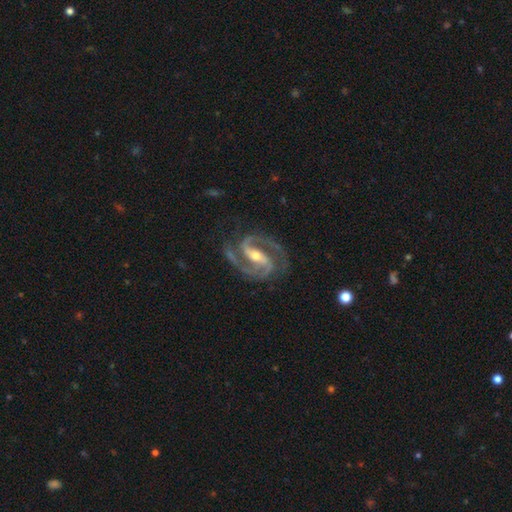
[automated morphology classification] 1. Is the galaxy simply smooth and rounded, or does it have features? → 94% featured or disk, 4% star or artifact, 2% smooth.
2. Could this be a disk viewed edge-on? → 98% no, 2% yes.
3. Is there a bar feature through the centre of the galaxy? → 63% strong, 27% weak, 10% no.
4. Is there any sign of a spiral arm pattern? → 99% yes, 1% no.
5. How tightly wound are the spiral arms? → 60% medium, 31% tight, 9% loose.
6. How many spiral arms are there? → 93% 2, 3% 3, 1% can't tell, 1% 1, 1% 4, 1% more than 4.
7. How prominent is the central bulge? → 52% moderate, 44% small, 2% large, 1% none, 1% dominant.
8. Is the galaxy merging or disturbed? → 81% none, 13% minor disturbance, 4% major disturbance, 1% merger.